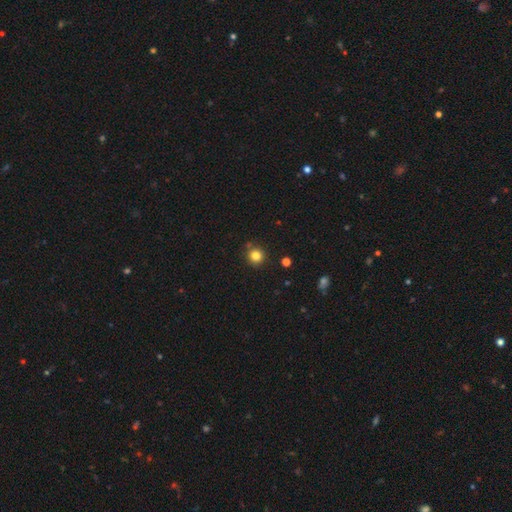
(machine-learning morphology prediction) smooth-or-featured: smooth: 82% | star or artifact: 13% | featured or disk: 5%
  how-rounded: round: 93% | in between: 7% | cigar-shaped: 1%
  merging: none: 84% | minor disturbance: 9% | merger: 5% | major disturbance: 2%